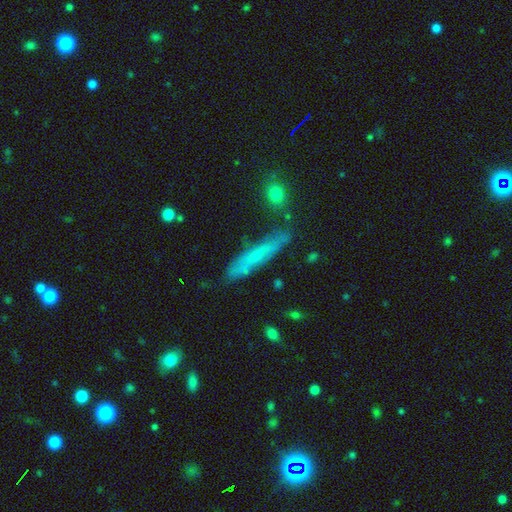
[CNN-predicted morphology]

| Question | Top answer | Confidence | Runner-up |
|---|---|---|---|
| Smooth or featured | smooth | 48% | featured or disk (42%) |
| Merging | none | 77% | minor disturbance (16%) |